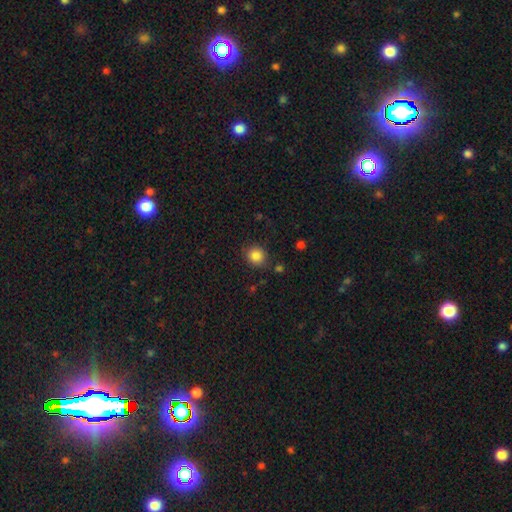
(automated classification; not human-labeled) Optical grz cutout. It shows a smooth galaxy with no disk features (86%) that is round (80%). Merging: none (84%).